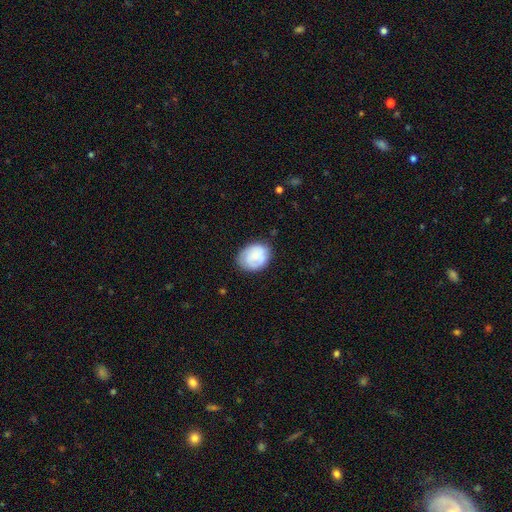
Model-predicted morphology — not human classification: Smooth or featured?
  - smooth: 71% *
  - featured or disk: 22%
  - star or artifact: 7%
How rounded?
  - in between: 50% *
  - round: 49%
  - cigar-shaped: 1%
Merging?
  - none: 74% *
  - minor disturbance: 20%
  - major disturbance: 5%
  - merger: 1%